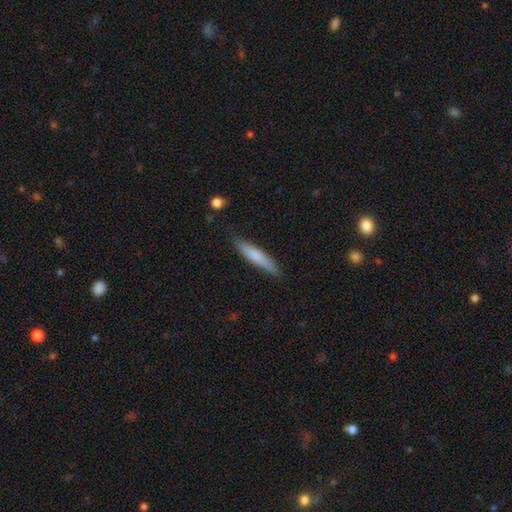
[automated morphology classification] A smooth galaxy with no disk features (74%) that is cigar-shaped (88%).

Vote fractions:
- Smooth or featured? smooth: 74% / featured or disk: 21% / star or artifact: 6%
- How rounded? cigar-shaped: 88% / in between: 11% / round: 1%
- Merging? none: 84% / minor disturbance: 12% / major disturbance: 2% / merger: 1%